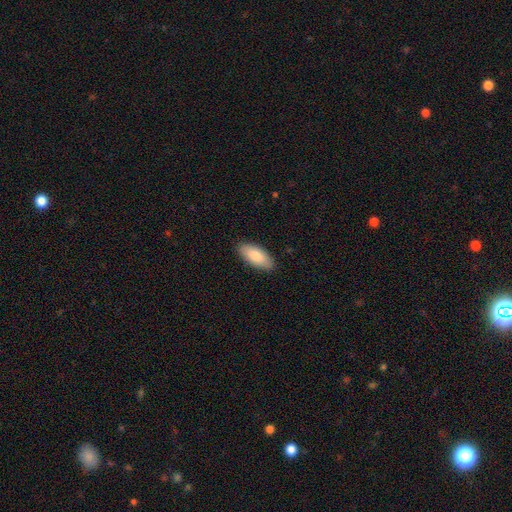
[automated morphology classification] smooth_or_featured: smooth (p=0.84) [alt: featured or disk p=0.10]
how_rounded: in between (p=0.86) [alt: cigar-shaped p=0.12]
merging: none (p=0.88) [alt: minor disturbance p=0.09]